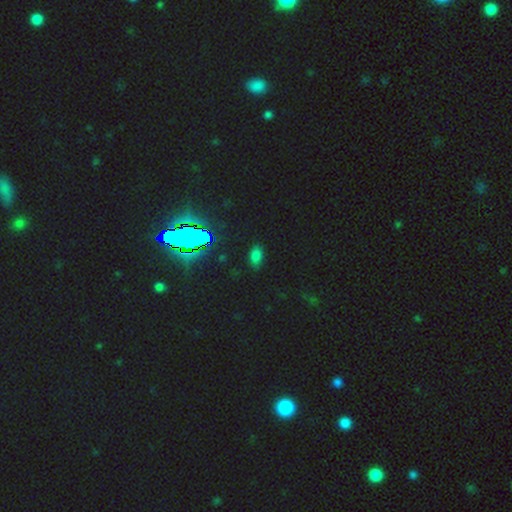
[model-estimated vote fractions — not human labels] Smooth or featured? smooth (56%)
How rounded? in between (85%)
Merging? none (85%)